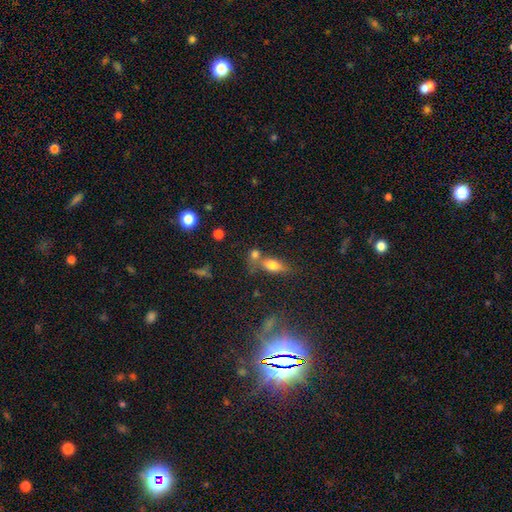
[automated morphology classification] Q: Smooth or featured?
A: smooth (56%); runner-up: star or artifact (25%)
Q: How rounded?
A: in between (68%); runner-up: cigar-shaped (16%)
Q: Merging?
A: none (52%); runner-up: merger (31%)